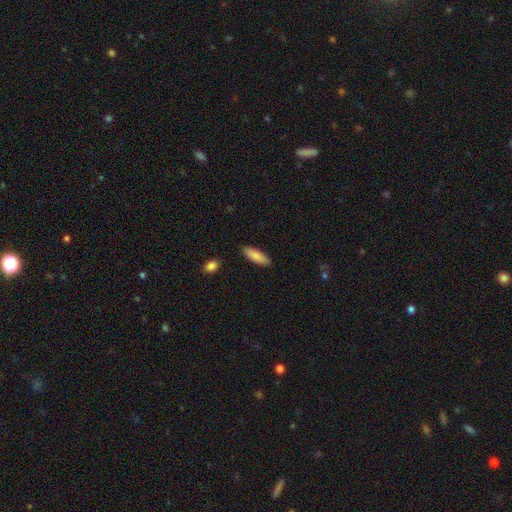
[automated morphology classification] type=smooth (86%); roundness=in between (56%); merging=none (87%).